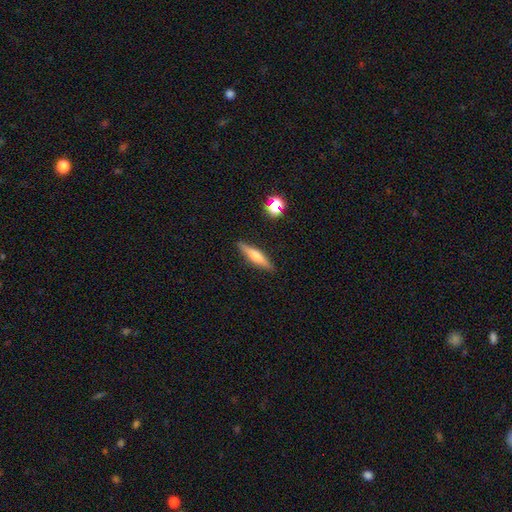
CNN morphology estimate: smooth 53%, featured or disk 39%, star or artifact 8%. Down the decision tree: how rounded — cigar-shaped (83%); merging — none (88%).